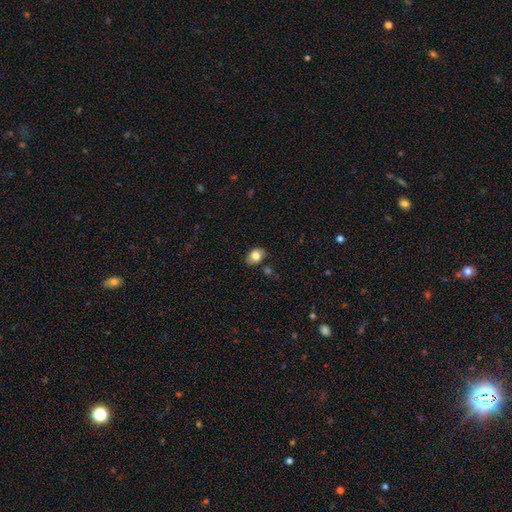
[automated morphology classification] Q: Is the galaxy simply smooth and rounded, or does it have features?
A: smooth — 81%.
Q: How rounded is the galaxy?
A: in between — 68%.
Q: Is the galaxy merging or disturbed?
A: none — 78%.